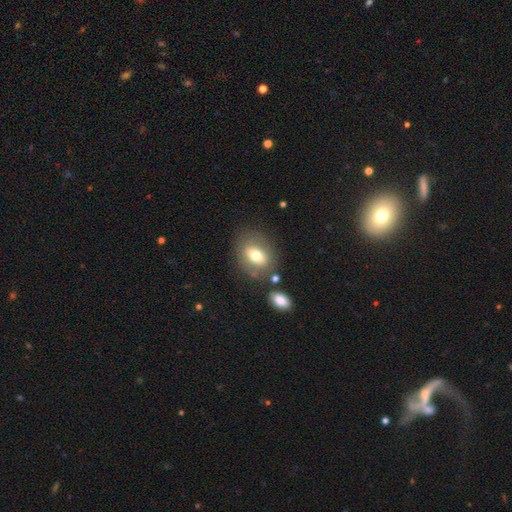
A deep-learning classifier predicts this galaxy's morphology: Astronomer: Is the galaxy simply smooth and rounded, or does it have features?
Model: smooth — 66%.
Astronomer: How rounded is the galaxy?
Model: in between — 70%.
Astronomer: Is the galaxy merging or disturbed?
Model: none — 70%.